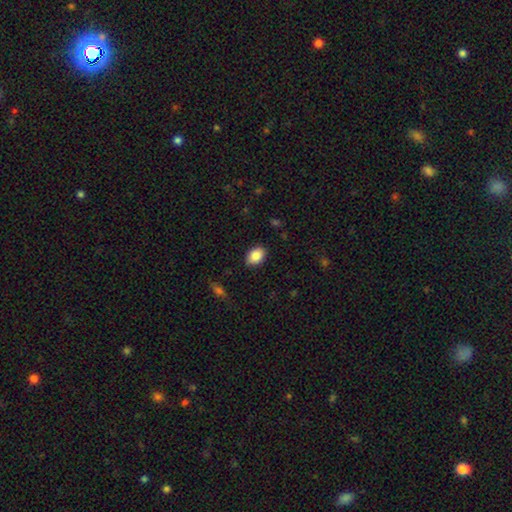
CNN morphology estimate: Smooth or featured? Predicted: smooth (p=0.87). How rounded? Predicted: in between (p=0.81). Merging? Predicted: none (p=0.88).